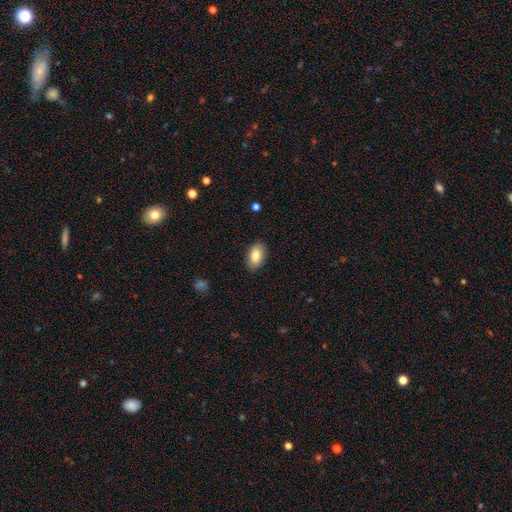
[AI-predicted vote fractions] Overall: smooth (83%). How rounded: in between (92%). Merging: none (88%).